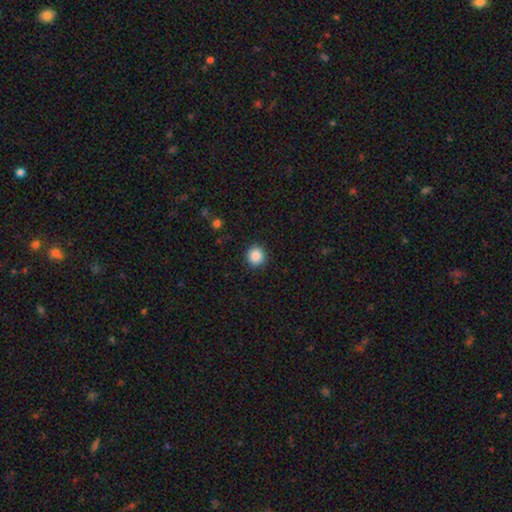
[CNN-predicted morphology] smooth-or-featured: smooth: 88% | star or artifact: 9% | featured or disk: 3%
  how-rounded: round: 91% | in between: 8% | cigar-shaped: 1%
  merging: none: 91% | minor disturbance: 6% | major disturbance: 2% | merger: 1%